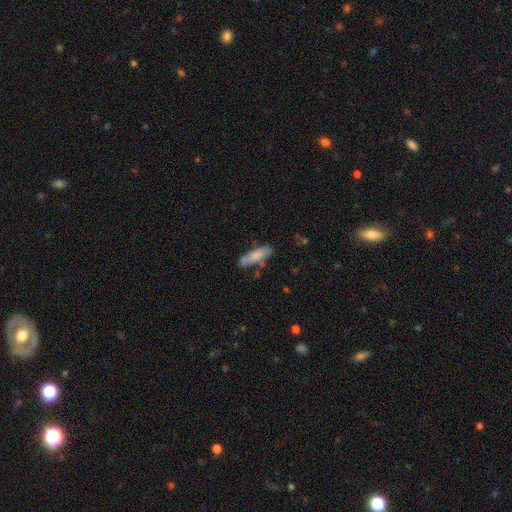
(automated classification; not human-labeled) This is likely a smooth galaxy (76%). How rounded: possibly cigar-shaped (57%). Merging: likely none (67%).